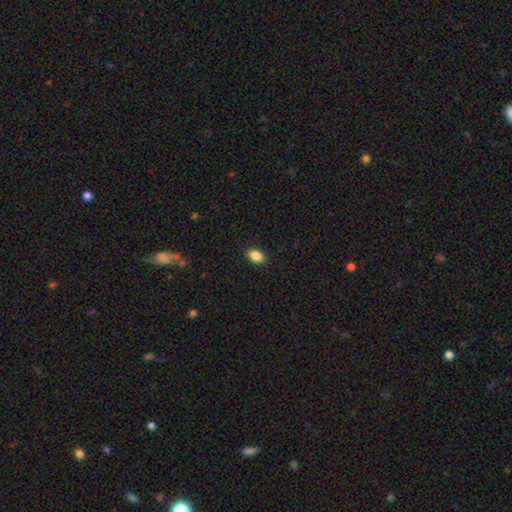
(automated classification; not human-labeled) A smooth galaxy with no disk features (88%) that is in between round and cigar-shaped (88%).

Vote fractions:
- Smooth or featured? smooth: 88% / star or artifact: 8% / featured or disk: 4%
- How rounded? in between: 88% / round: 11% / cigar-shaped: 1%
- Merging? none: 88% / minor disturbance: 9% / major disturbance: 2% / merger: 1%